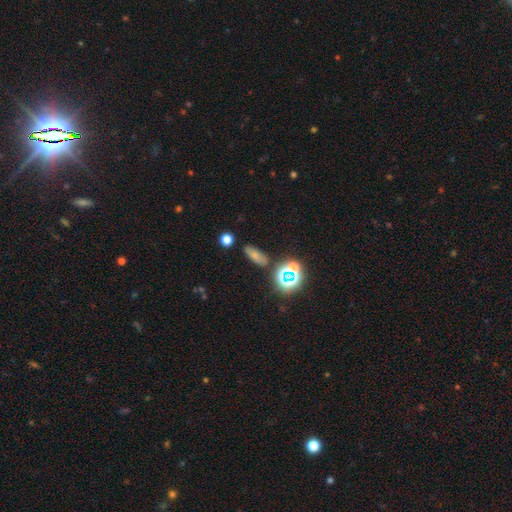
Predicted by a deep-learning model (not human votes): smooth_or_featured: smooth (p=0.66) [alt: star or artifact p=0.22]
how_rounded: in between (p=0.63) [alt: cigar-shaped p=0.27]
merging: none (p=0.80) [alt: minor disturbance p=0.12]